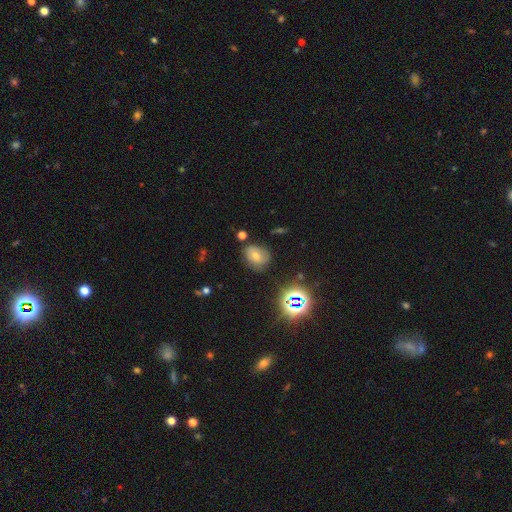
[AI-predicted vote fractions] The model was most divided on "how rounded": in between: 56%, round: 43%, cigar-shaped: 1%. More confident: merging — none (70%); smooth or featured — smooth (58%).